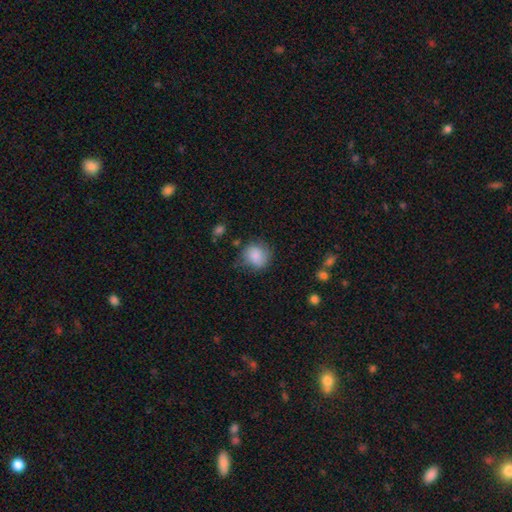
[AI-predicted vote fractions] The model was most divided on "merging": none: 66%, minor disturbance: 24%, major disturbance: 7%, merger: 2%. More confident: smooth or featured — smooth (83%); how rounded — round (78%).